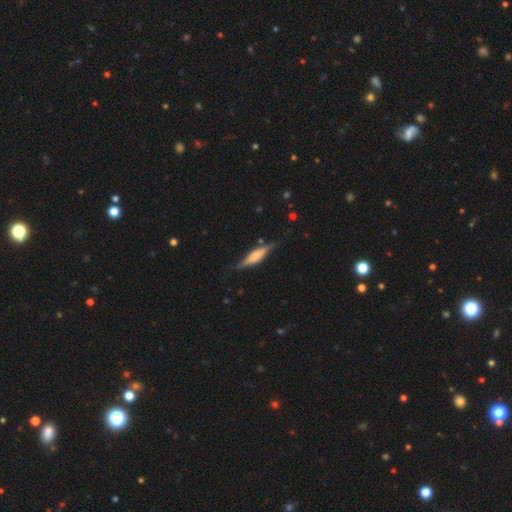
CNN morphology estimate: Smooth or featured?
  - featured or disk: 58% *
  - smooth: 36%
  - star or artifact: 6%
Edge-on disk?
  - yes: 95% *
  - no: 5%
Edge-on bulge?
  - rounded: 55% *
  - boxy: 35%
  - none: 9%
Merging?
  - none: 81% *
  - minor disturbance: 14%
  - major disturbance: 3%
  - merger: 2%